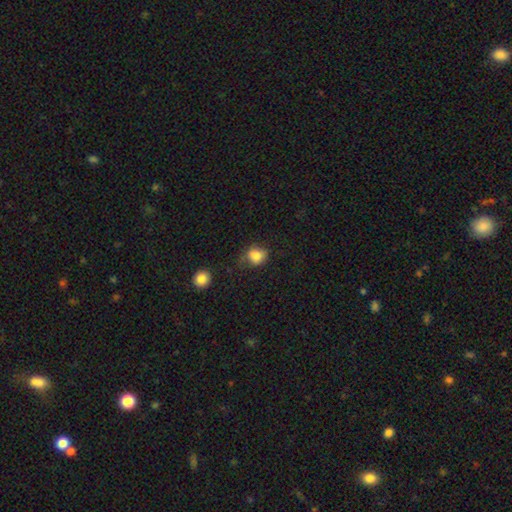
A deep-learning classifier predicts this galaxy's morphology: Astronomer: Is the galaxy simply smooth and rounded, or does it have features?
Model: smooth — 83%.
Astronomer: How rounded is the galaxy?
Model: round — 58% (runner-up: in between, 41%).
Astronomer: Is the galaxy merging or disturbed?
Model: none — 51% (runner-up: minor disturbance, 31%).